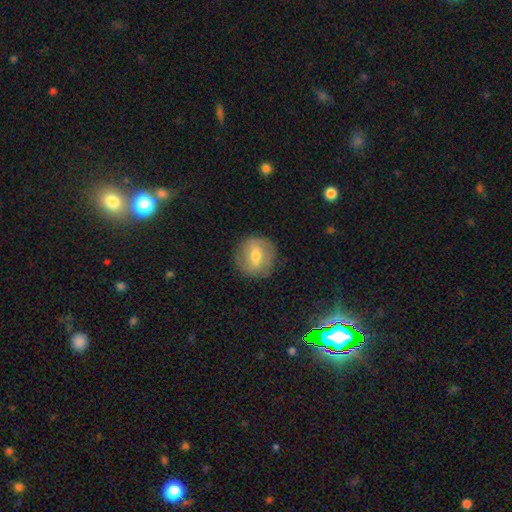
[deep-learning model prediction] A smooth galaxy with no disk features (59%) that is round (90%). Merging: none (85%).